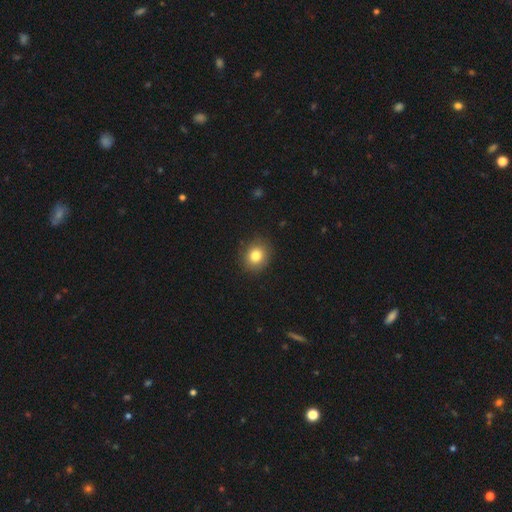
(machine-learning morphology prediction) The model was most divided on "how rounded": round: 73%, in between: 26%, cigar-shaped: 1%. More confident: merging — none (89%); smooth or featured — smooth (81%).